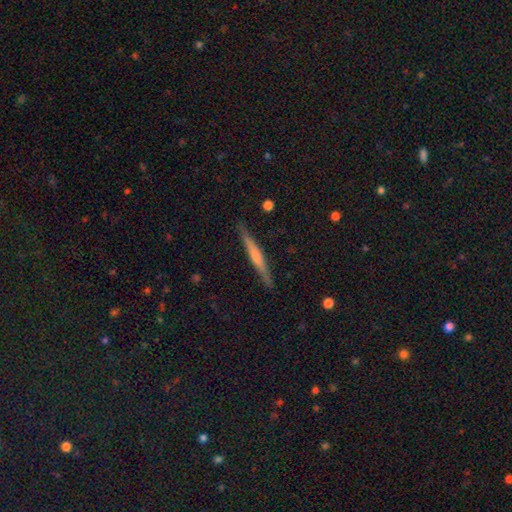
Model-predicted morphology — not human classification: Overall: featured or disk (50%; smooth 44%). Merging: none (88%).